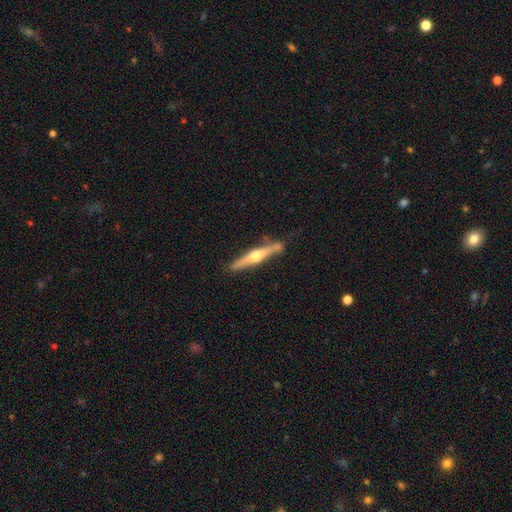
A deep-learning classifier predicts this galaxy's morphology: A featured or disk galaxy (72%) viewed edge-on (97%) with a rounded central bulge (93%). Merging: none (78%).